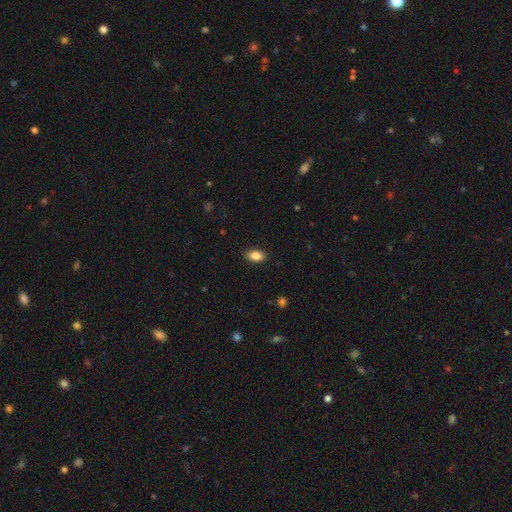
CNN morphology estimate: Q: Smooth or featured?
A: smooth (85%); runner-up: star or artifact (8%)
Q: How rounded?
A: in between (90%); runner-up: round (8%)
Q: Merging?
A: none (88%); runner-up: minor disturbance (9%)